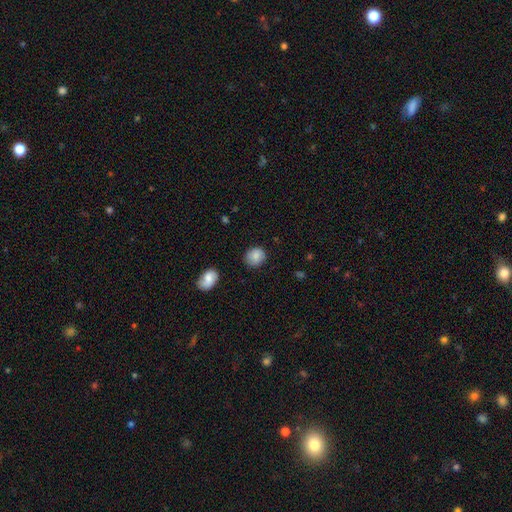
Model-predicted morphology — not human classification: This appears to be a smooth galaxy with no disk features (85%) that is round (79%). Merging: none (82%).